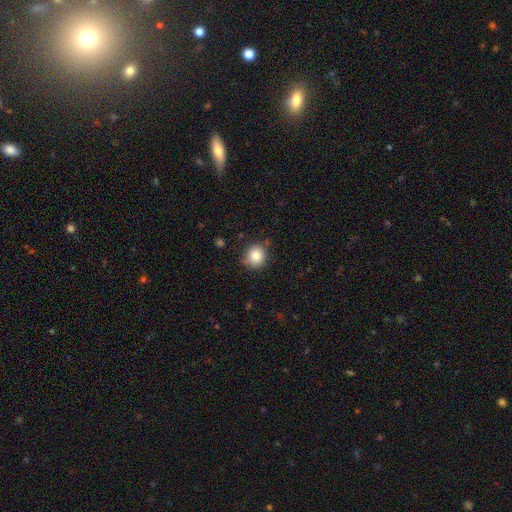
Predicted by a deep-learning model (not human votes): smooth 83%, star or artifact 10%, featured or disk 7%. Down the decision tree: how rounded — round (87%); merging — none (79%).